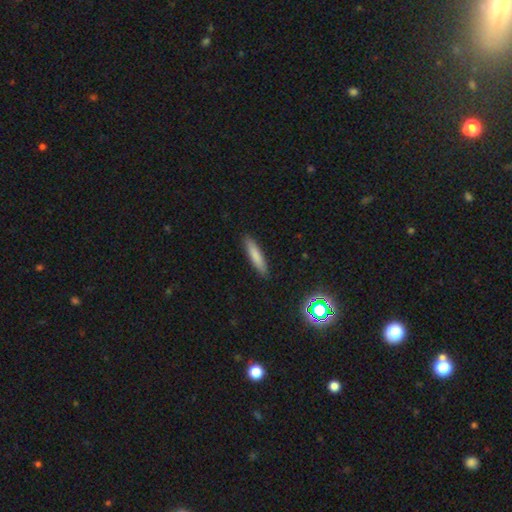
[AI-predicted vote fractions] A smooth galaxy with no disk features (78%) that is cigar-shaped (86%). Merging: none (89%).